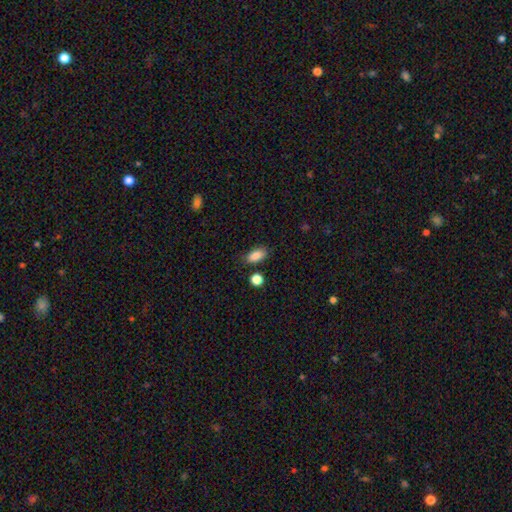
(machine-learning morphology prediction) type=smooth (87%); roundness=in between (89%); merging=none (78%).